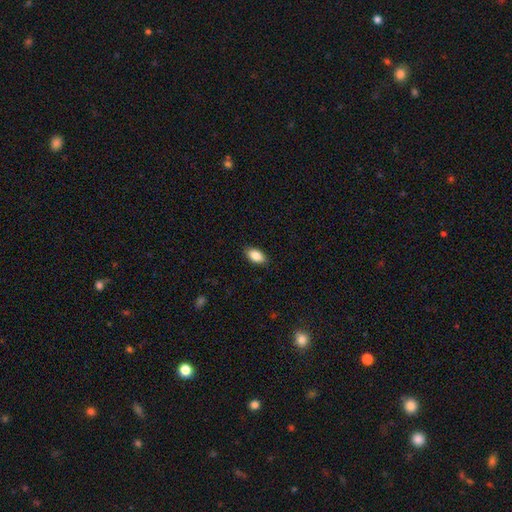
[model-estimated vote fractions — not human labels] Overall: smooth (85%). How rounded: in between (92%). Merging: none (89%).